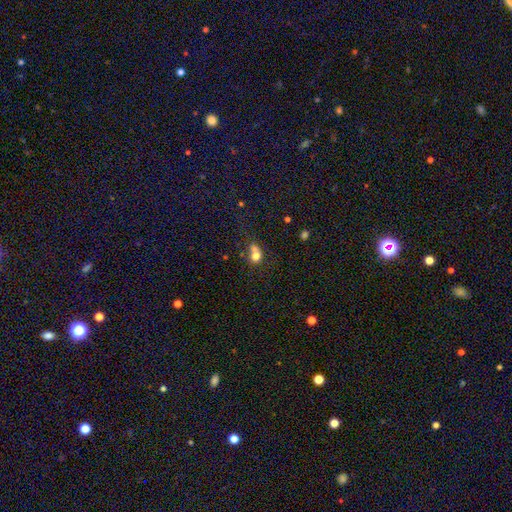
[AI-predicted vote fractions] Smooth or featured? smooth (74%)
How rounded? round (66%)
Merging? merger (46%)